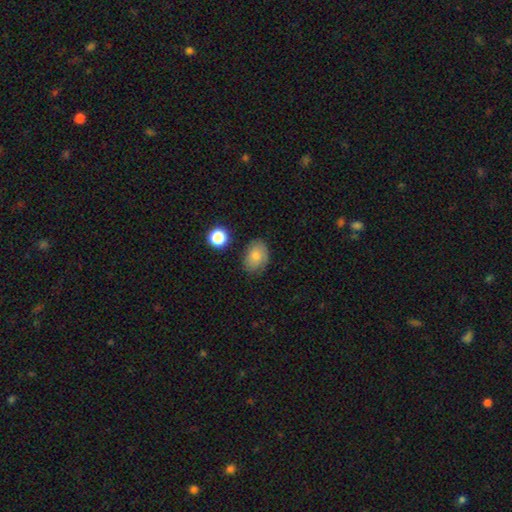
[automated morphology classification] Smooth or featured?
  - smooth: 71% *
  - featured or disk: 18%
  - star or artifact: 11%
How rounded?
  - in between: 65% *
  - round: 34%
  - cigar-shaped: 1%
Merging?
  - none: 74% *
  - minor disturbance: 19%
  - major disturbance: 5%
  - merger: 2%